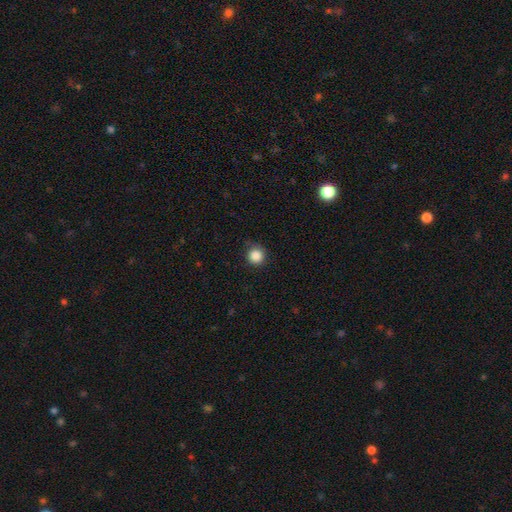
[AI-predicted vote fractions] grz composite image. It shows a smooth galaxy with no disk features (87%) that is round (95%). Merging: none (86%).